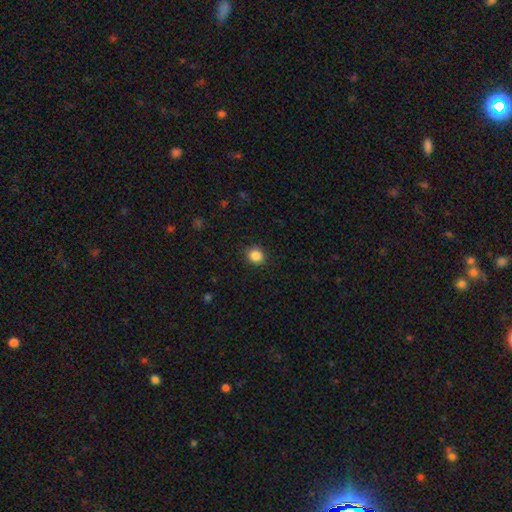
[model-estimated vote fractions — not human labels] smooth-or-featured: smooth: 86% | star or artifact: 10% | featured or disk: 4%
  how-rounded: round: 83% | in between: 16% | cigar-shaped: 1%
  merging: none: 90% | minor disturbance: 7% | major disturbance: 2% | merger: 1%